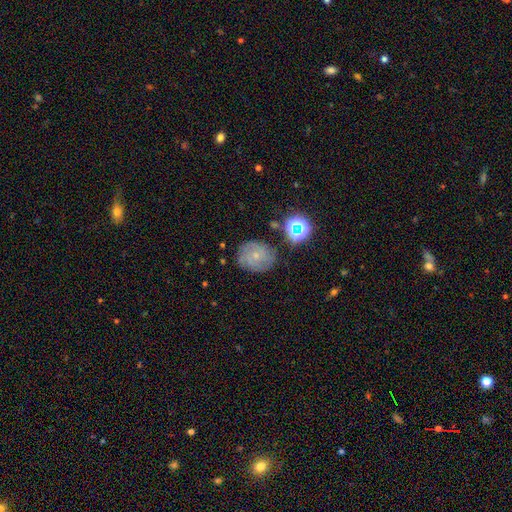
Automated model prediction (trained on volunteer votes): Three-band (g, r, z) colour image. It shows a featured or disk galaxy (54%) with no bar (79%), spiral arms (84%) and a small central bulge (80%). Merging: none (73%).